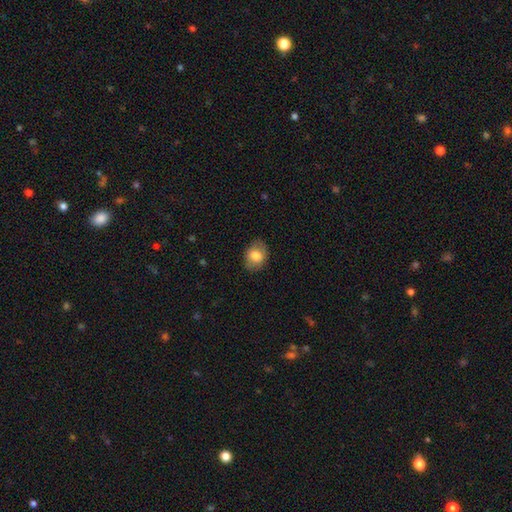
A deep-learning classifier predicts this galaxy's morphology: Smooth or featured: smooth — 76% (featured or disk — 16%)
How rounded: in between — 66% (round — 33%)
Merging: none — 83% (minor disturbance — 13%)